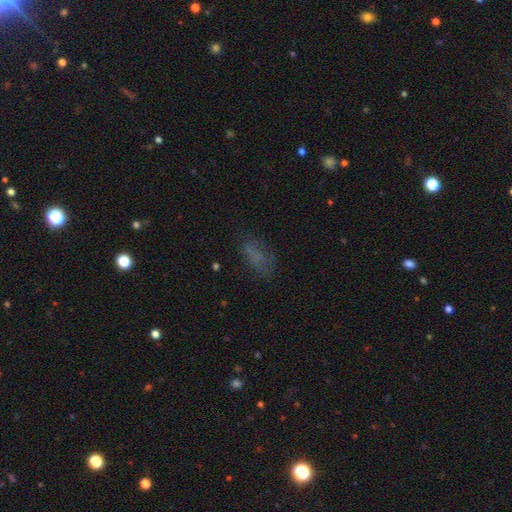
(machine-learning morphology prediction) type=smooth (62%); roundness=in between (85%); merging=none (61%).